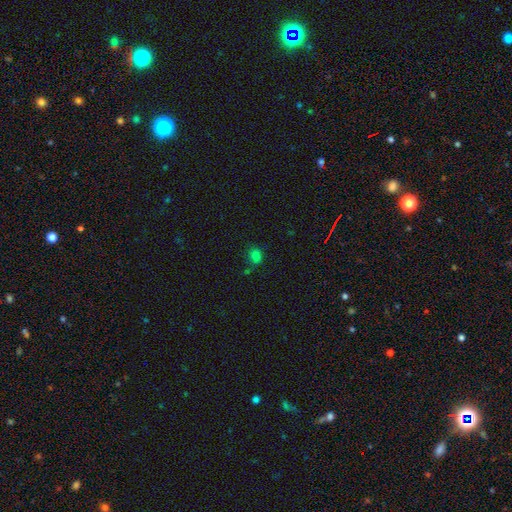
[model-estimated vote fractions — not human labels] smooth_or_featured: smooth (p=0.73) [alt: star or artifact p=0.22]
how_rounded: round (p=0.49) [tied with: in between p=0.49]
merging: none (p=0.69) [alt: minor disturbance p=0.17]